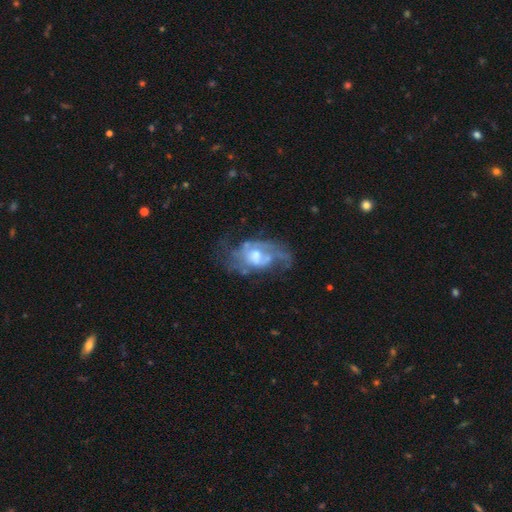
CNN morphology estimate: A featured or disk galaxy (78%) with no bar (66%), 2 (46%) medium (42%) spiral arms (78%) and a moderate central bulge (59%). Merging: none (44%).